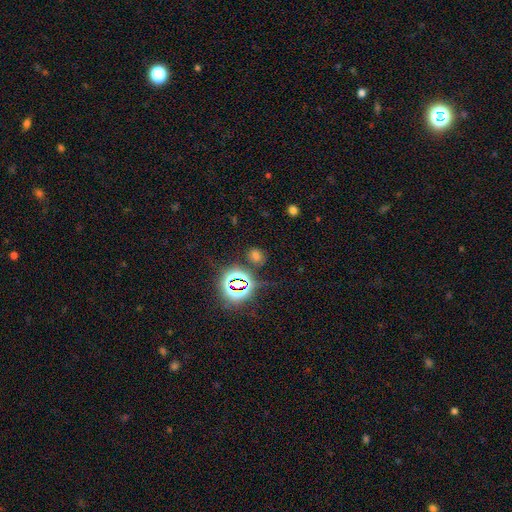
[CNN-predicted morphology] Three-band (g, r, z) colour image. It shows a smooth galaxy with no disk features (50%) that is round (55%). Merging: none (80%).